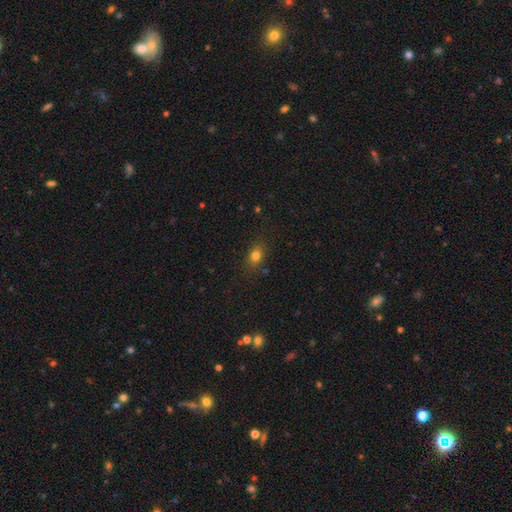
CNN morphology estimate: Smooth or featured? smooth (77%)
How rounded? in between (65%)
Merging? none (81%)